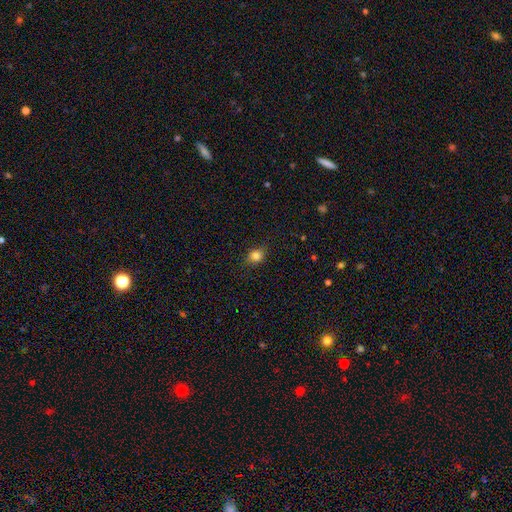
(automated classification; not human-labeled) A smooth galaxy with no disk features (82%) that is round (64%). Merging: none (83%).